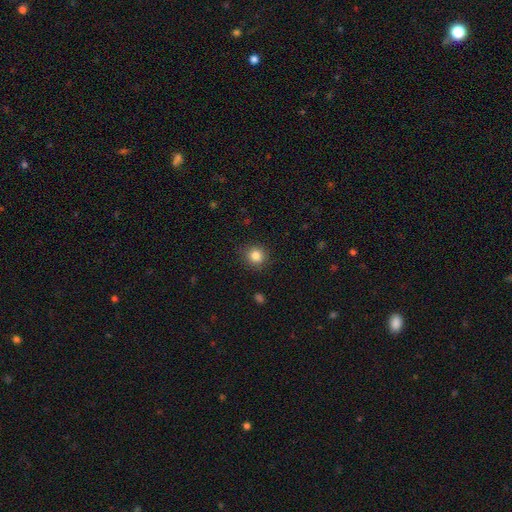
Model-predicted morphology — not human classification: Smooth or featured?
  - smooth: 84% *
  - star or artifact: 11%
  - featured or disk: 5%
How rounded?
  - round: 90% *
  - in between: 9%
  - cigar-shaped: 1%
Merging?
  - none: 88% *
  - minor disturbance: 8%
  - major disturbance: 2%
  - merger: 1%